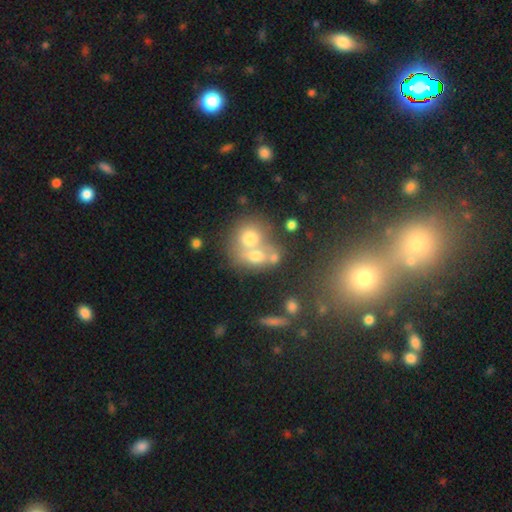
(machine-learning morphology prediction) A smooth galaxy with no disk features (63%) that is round (58%).

Vote fractions:
- Smooth or featured? smooth: 63% / featured or disk: 22% / star or artifact: 14%
- How rounded? round: 58% / in between: 40% / cigar-shaped: 2%
- Merging? merger: 61% / none: 25% / minor disturbance: 8% / major disturbance: 6%